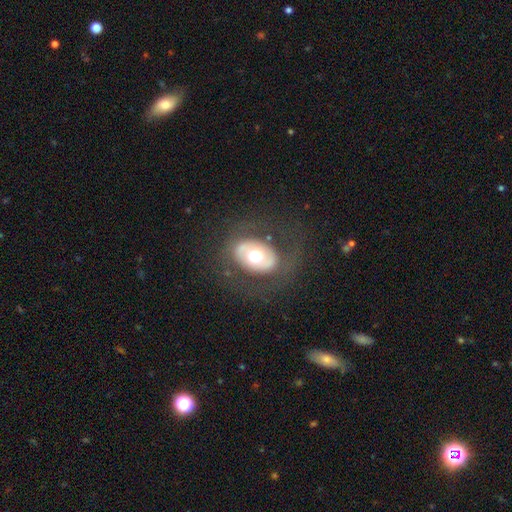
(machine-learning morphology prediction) Smooth or featured: featured or disk — 47% (smooth — 45%)
Merging: none — 73% (minor disturbance — 13%)